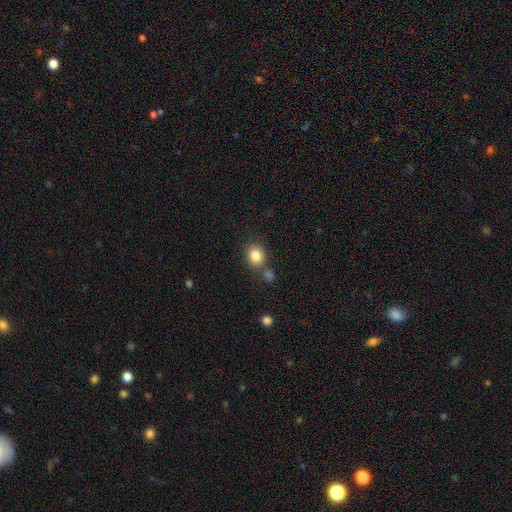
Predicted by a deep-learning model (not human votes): Smooth or featured? Predicted: smooth (p=0.84). How rounded? Predicted: round (p=0.72). Merging? Predicted: none (p=0.72).